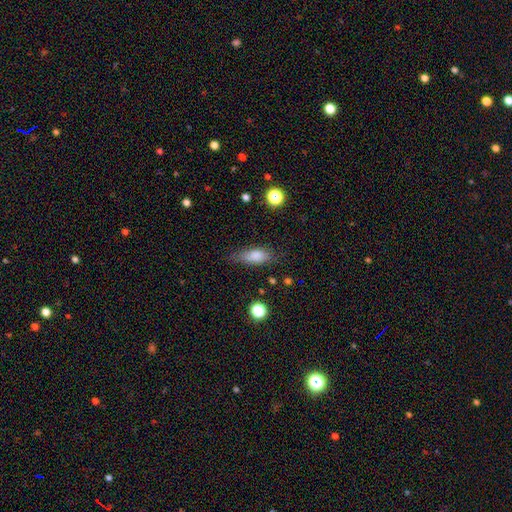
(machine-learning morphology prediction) Smooth or featured?
  - smooth: 81% *
  - featured or disk: 11%
  - star or artifact: 8%
How rounded?
  - in between: 72% *
  - cigar-shaped: 24%
  - round: 4%
Merging?
  - none: 66% *
  - minor disturbance: 24%
  - major disturbance: 7%
  - merger: 2%